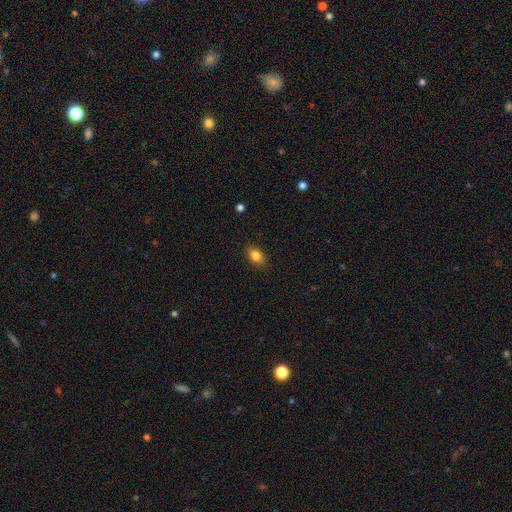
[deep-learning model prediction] Q: Smooth or featured?
A: smooth (83%); runner-up: star or artifact (9%)
Q: How rounded?
A: in between (80%); runner-up: round (18%)
Q: Merging?
A: none (87%); runner-up: minor disturbance (10%)